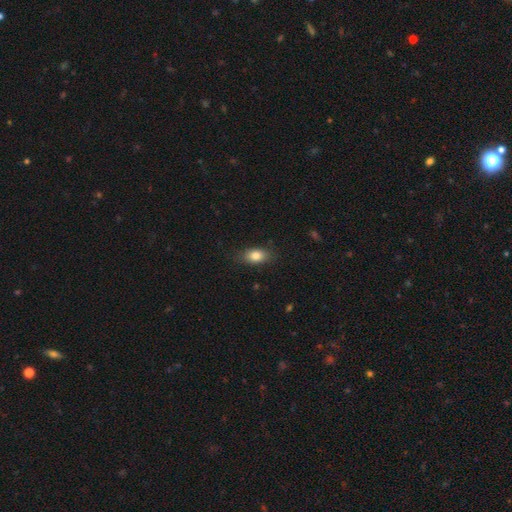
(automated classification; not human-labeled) Q: Smooth or featured?
A: smooth (83%); runner-up: featured or disk (9%)
Q: How rounded?
A: in between (85%); runner-up: round (10%)
Q: Merging?
A: none (83%); runner-up: minor disturbance (12%)